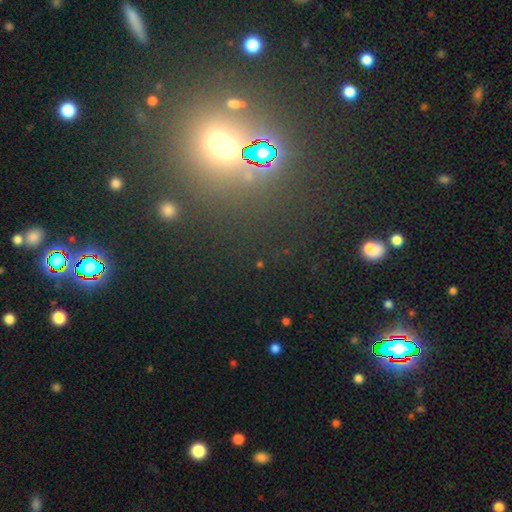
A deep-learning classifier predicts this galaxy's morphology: Smooth or featured: star or artifact — 69% (smooth — 21%)